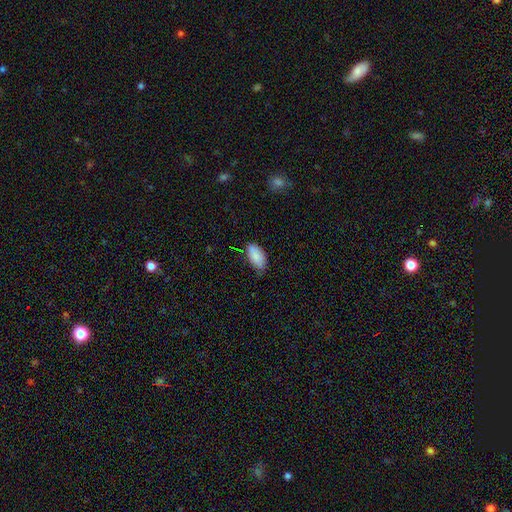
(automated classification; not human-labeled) Smooth or featured?
  - smooth: 86% *
  - featured or disk: 7%
  - star or artifact: 7%
How rounded?
  - in between: 94% *
  - cigar-shaped: 3%
  - round: 3%
Merging?
  - none: 61% *
  - minor disturbance: 32%
  - major disturbance: 5%
  - merger: 2%